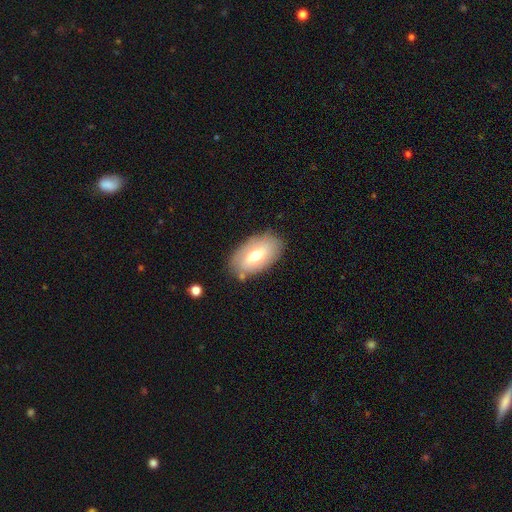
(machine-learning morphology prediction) smooth_or_featured: smooth (p=0.60) [alt: featured or disk p=0.34]
how_rounded: in between (p=0.93) [alt: round p=0.04]
merging: none (p=0.78) [alt: minor disturbance p=0.15]